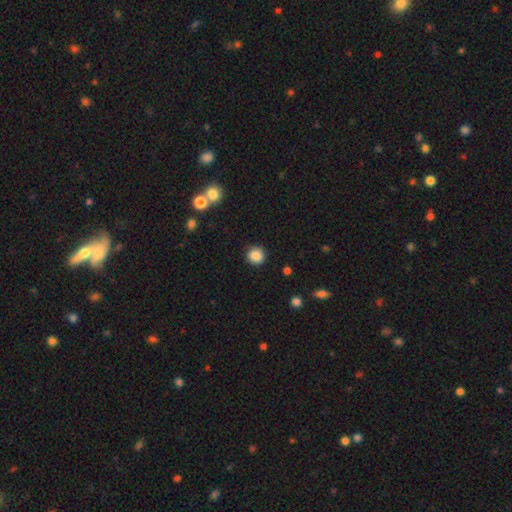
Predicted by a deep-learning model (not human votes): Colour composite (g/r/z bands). It shows a smooth galaxy with no disk features (86%) that is round (90%). Merging: none (89%).